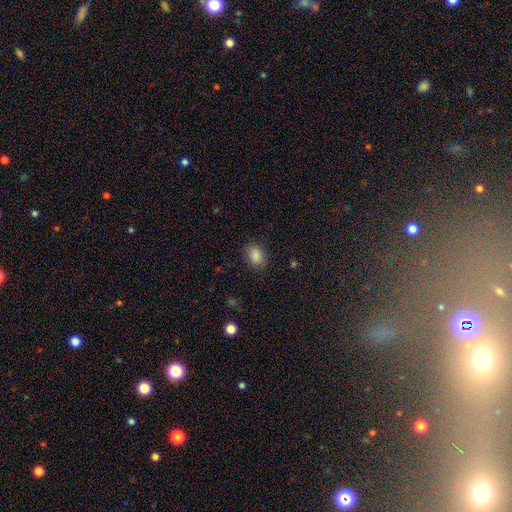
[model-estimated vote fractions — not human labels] smooth 87%, star or artifact 9%, featured or disk 4%. Down the decision tree: how rounded — in between (69%); merging — none (86%).